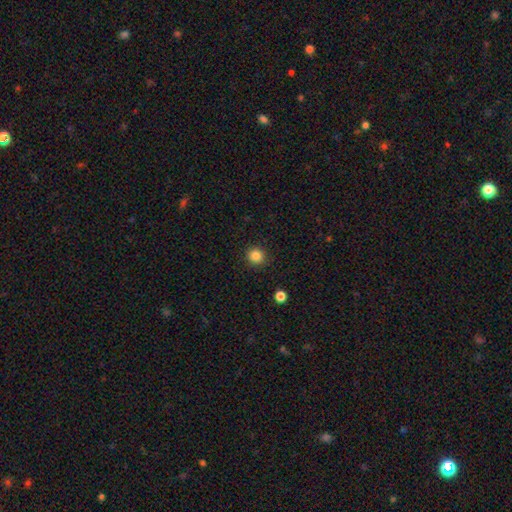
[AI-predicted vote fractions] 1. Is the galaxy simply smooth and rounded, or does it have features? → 85% smooth, 11% star or artifact, 4% featured or disk.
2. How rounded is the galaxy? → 93% round, 6% in between, 1% cigar-shaped.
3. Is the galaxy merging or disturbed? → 91% none, 6% minor disturbance, 2% major disturbance, 1% merger.